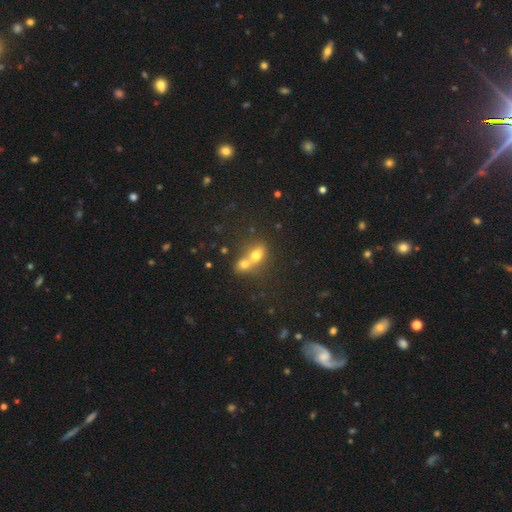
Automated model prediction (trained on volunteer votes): Smooth or featured? Predicted: smooth (p=0.70). How rounded? Predicted: in between (p=0.61). Merging? Predicted: merger (p=0.69).